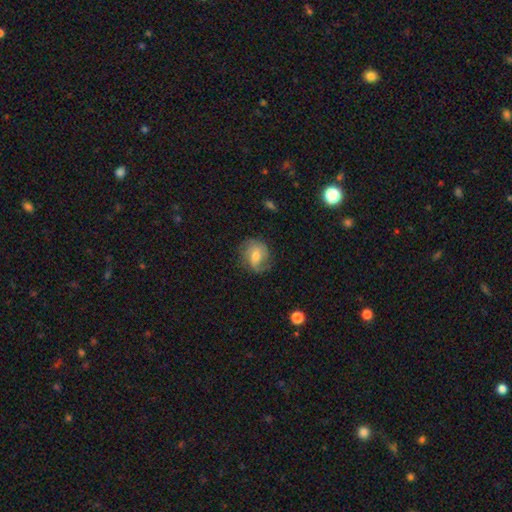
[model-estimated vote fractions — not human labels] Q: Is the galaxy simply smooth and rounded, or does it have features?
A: featured or disk — 46%.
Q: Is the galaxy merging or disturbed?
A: none — 67%.